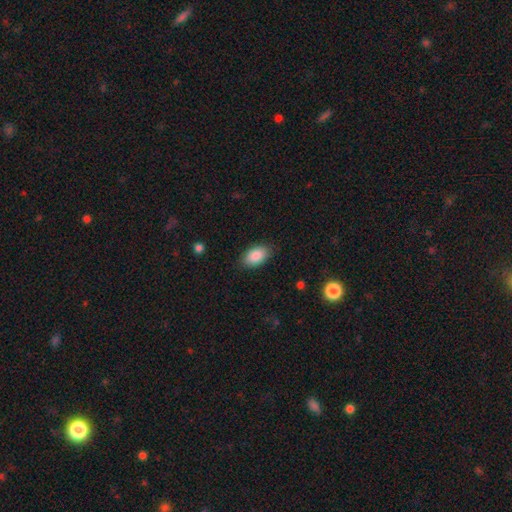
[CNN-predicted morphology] smooth 88%, star or artifact 7%, featured or disk 6%. Down the decision tree: how rounded — in between (93%); merging — none (86%).